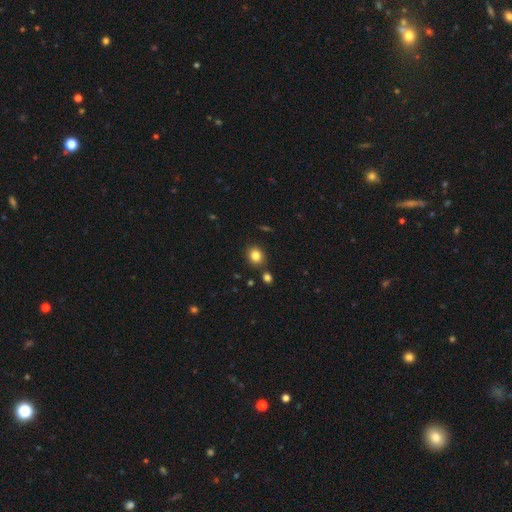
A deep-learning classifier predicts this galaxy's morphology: Overall: smooth (83%). How rounded: round (61%; in between 38%). Merging: none (82%).